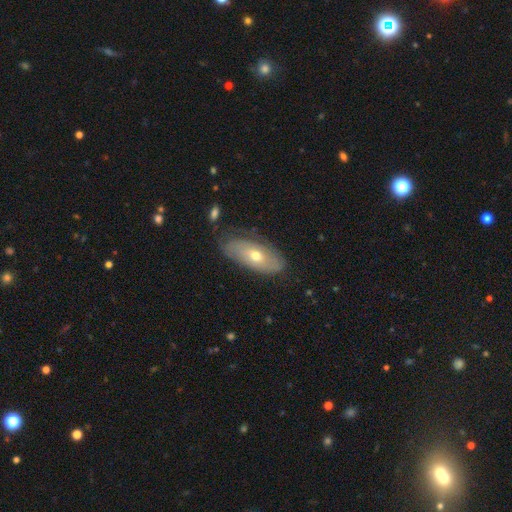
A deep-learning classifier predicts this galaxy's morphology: Smooth or featured? smooth (50%)
How rounded? in between (84%)
Merging? none (67%)